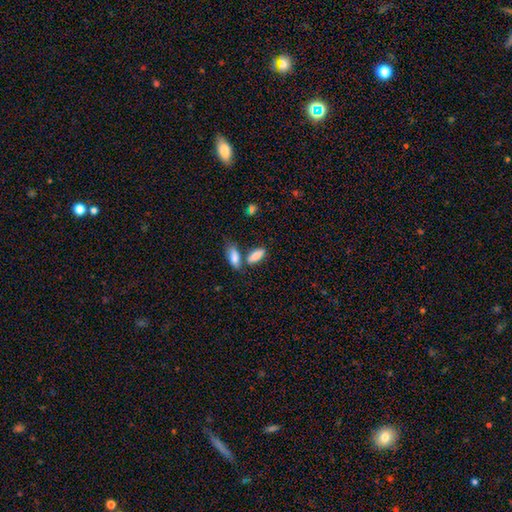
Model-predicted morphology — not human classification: This appears to be a smooth galaxy with no disk features (84%) that is in between round and cigar-shaped (74%). Merging: none (56%).